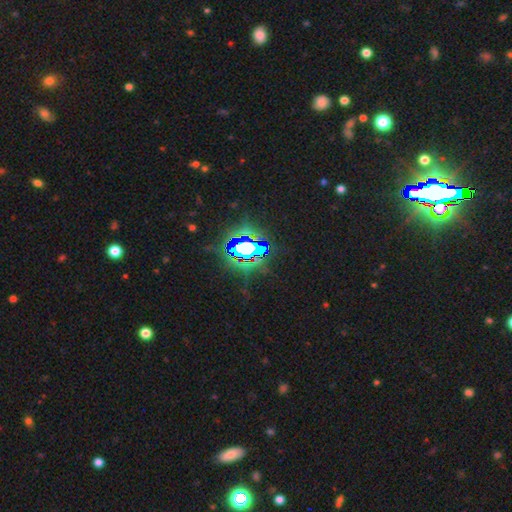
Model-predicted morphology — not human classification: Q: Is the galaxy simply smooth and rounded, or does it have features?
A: star or artifact — 84%.